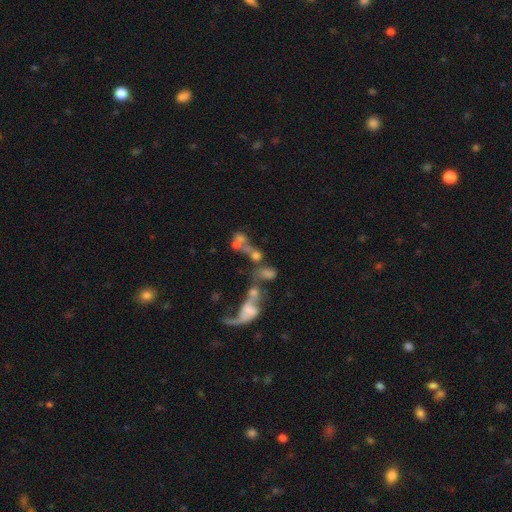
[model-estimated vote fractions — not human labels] smooth_or_featured: featured or disk (p=0.45) [alt: smooth p=0.36]
merging: merger (p=0.58) [alt: major disturbance p=0.19]